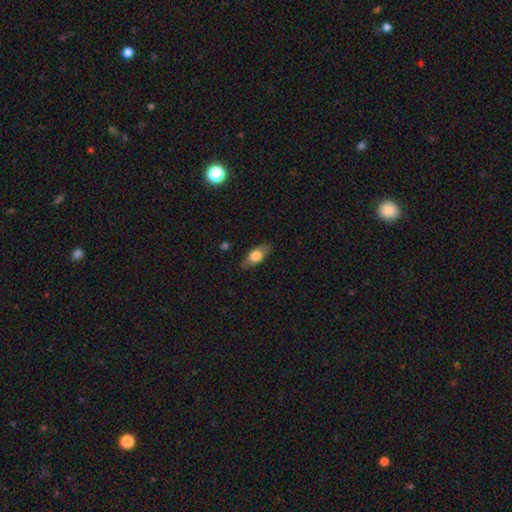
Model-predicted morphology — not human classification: The model was most divided on "smooth or featured": smooth: 65%, featured or disk: 29%, star or artifact: 7%. More confident: merging — none (82%); how rounded — in between (81%).